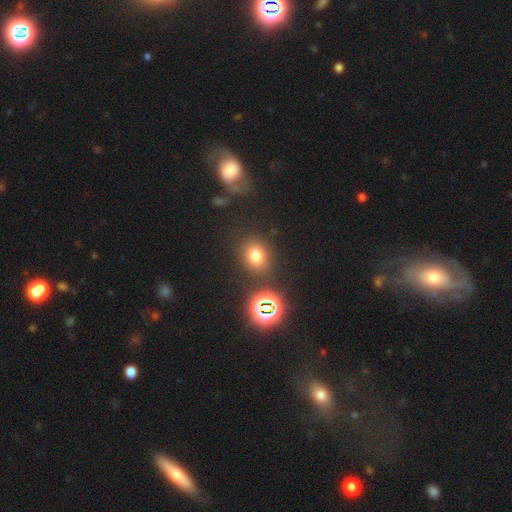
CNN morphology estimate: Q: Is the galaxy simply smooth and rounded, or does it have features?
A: smooth — 70%.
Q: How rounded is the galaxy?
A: round — 62%.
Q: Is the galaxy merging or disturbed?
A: none — 81%.